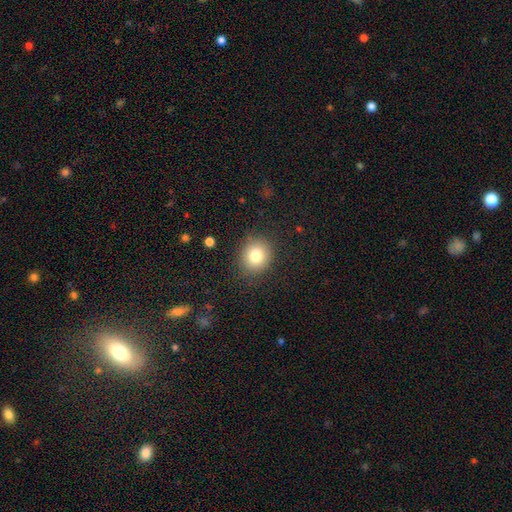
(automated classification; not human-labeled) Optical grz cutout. It shows a smooth galaxy with no disk features (80%) that is round (79%). Merging: none (86%).